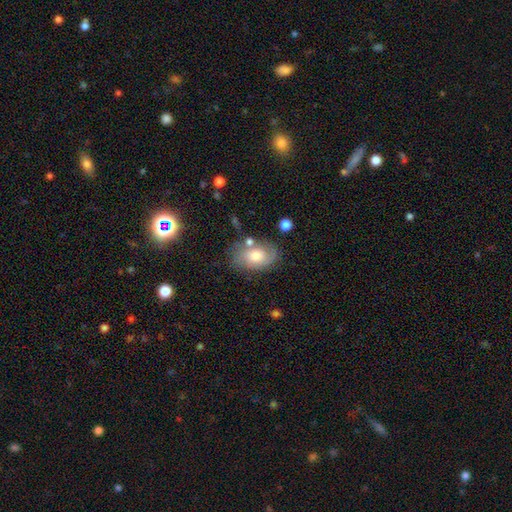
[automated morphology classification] featured or disk 46%, smooth 45%, star or artifact 10%. Down the decision tree: merging — none (61%).